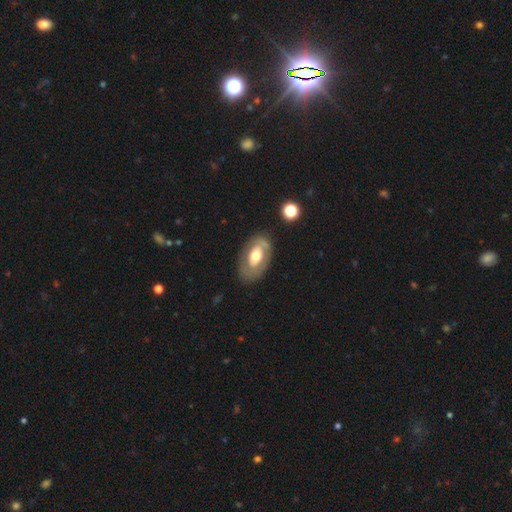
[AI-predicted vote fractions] Smooth or featured?
  - featured or disk: 57% *
  - smooth: 37%
  - star or artifact: 6%
Edge-on disk?
  - no: 91% *
  - yes: 9%
Bar?
  - no: 72% *
  - weak: 20%
  - strong: 7%
Spiral arms?
  - no: 62% *
  - yes: 38%
Bulge size?
  - moderate: 64% *
  - large: 24%
  - small: 9%
  - dominant: 2%
  - none: 1%
Merging?
  - none: 74% *
  - minor disturbance: 17%
  - major disturbance: 7%
  - merger: 2%